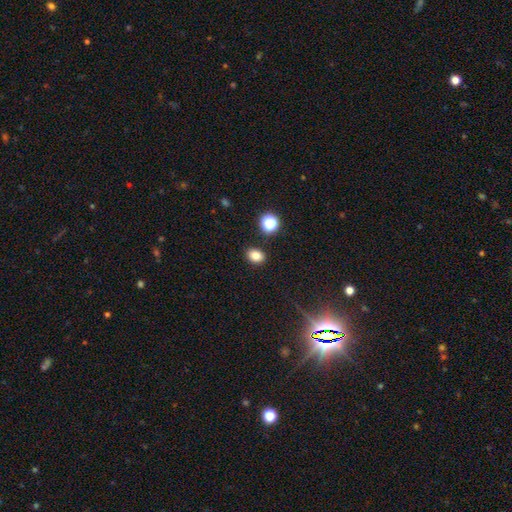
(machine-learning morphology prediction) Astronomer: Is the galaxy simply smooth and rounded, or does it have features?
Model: smooth — 81%.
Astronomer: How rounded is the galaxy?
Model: in between — 59% (runner-up: round, 40%).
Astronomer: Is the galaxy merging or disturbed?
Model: none — 87%.